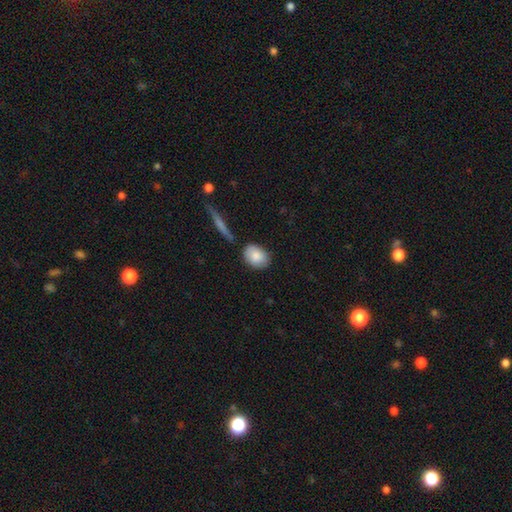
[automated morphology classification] Smooth or featured?
  - smooth: 85% *
  - featured or disk: 9%
  - star or artifact: 6%
How rounded?
  - in between: 71% *
  - round: 27%
  - cigar-shaped: 2%
Merging?
  - none: 78% *
  - minor disturbance: 14%
  - merger: 5%
  - major disturbance: 3%